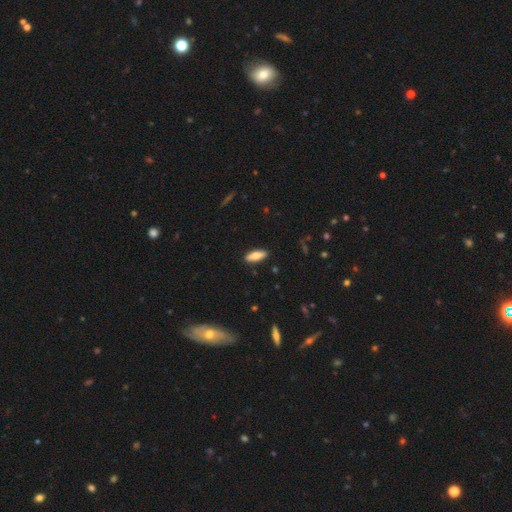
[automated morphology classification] Q: Smooth or featured?
A: smooth (75%); runner-up: featured or disk (19%)
Q: How rounded?
A: in between (66%); runner-up: cigar-shaped (32%)
Q: Merging?
A: none (90%); runner-up: minor disturbance (8%)